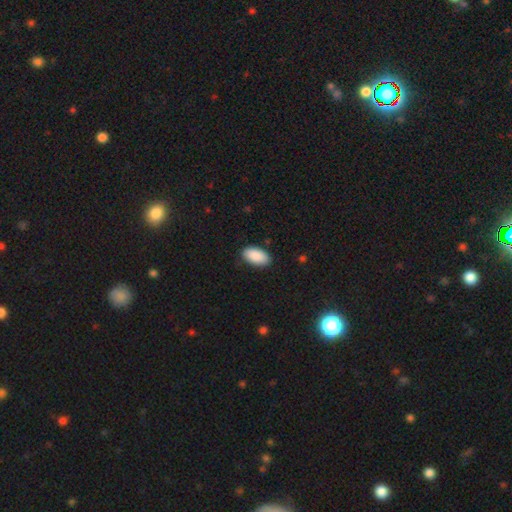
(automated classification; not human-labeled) Overall: smooth (91%). How rounded: in between (95%). Merging: none (86%).